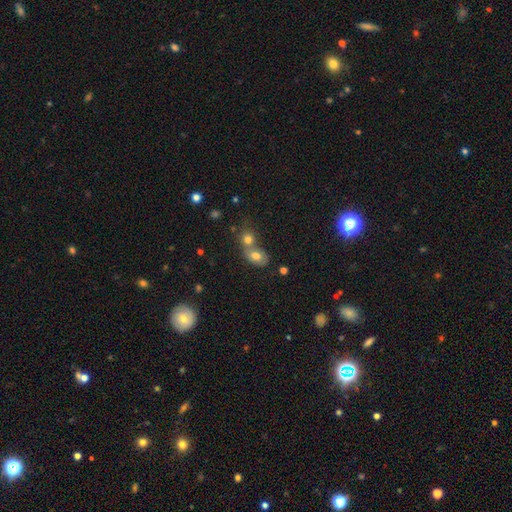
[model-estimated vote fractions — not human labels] smooth_or_featured: smooth (p=0.73) [alt: featured or disk p=0.16]
how_rounded: in between (p=0.69) [alt: round p=0.29]
merging: merger (p=0.59) [alt: none p=0.29]